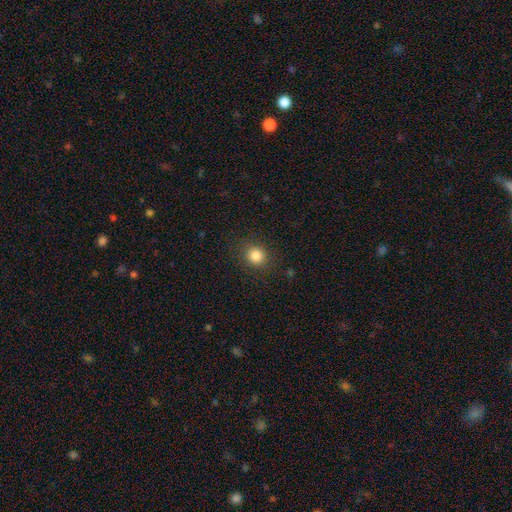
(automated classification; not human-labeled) A smooth galaxy with no disk features (84%) that is round (86%). Merging: none (88%).